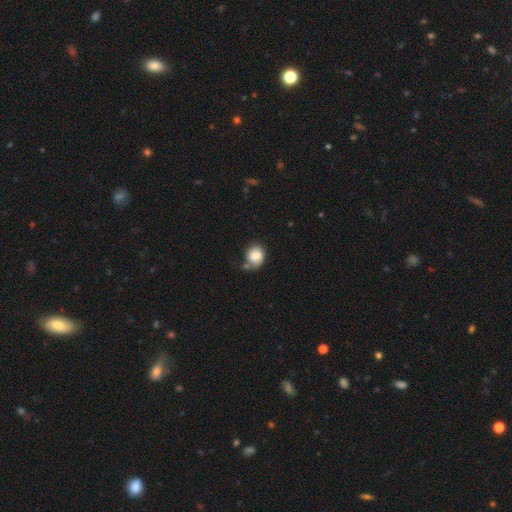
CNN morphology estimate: Q: Smooth or featured?
A: smooth (79%); runner-up: featured or disk (13%)
Q: How rounded?
A: round (63%); runner-up: in between (37%)
Q: Merging?
A: none (48%); runner-up: minor disturbance (27%)